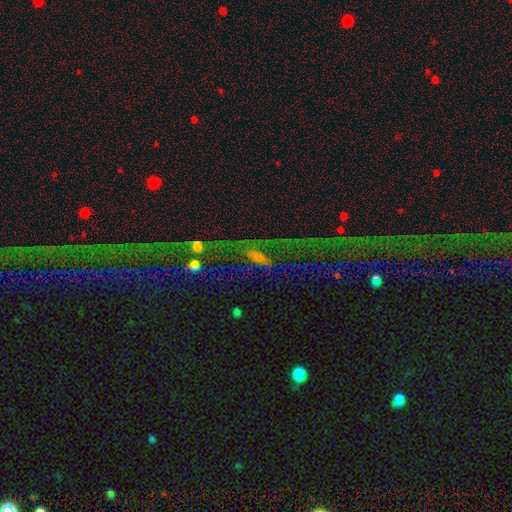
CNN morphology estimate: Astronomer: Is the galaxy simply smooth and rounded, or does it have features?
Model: star or artifact — 41% (runner-up: featured or disk, 32%).